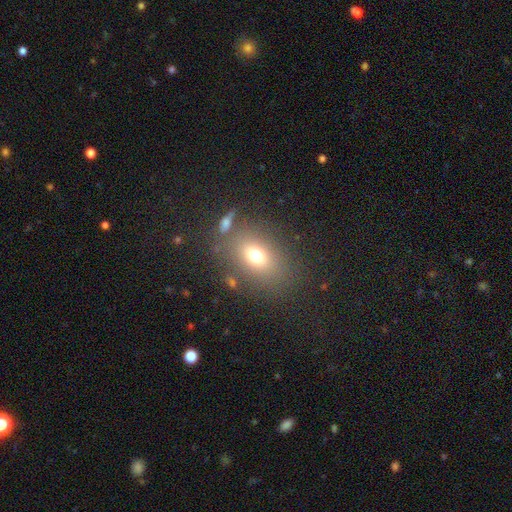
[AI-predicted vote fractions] Morphology: type=smooth (71%); roundness=in between (64%); merging=none (75%).